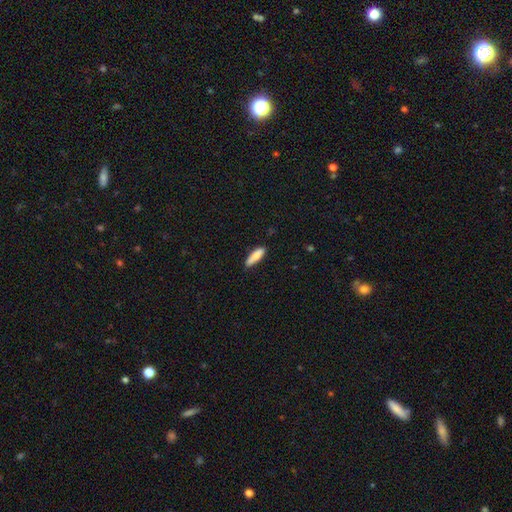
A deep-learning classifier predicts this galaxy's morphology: Overall: smooth (80%). How rounded: cigar-shaped (59%; in between 39%). Merging: none (78%).